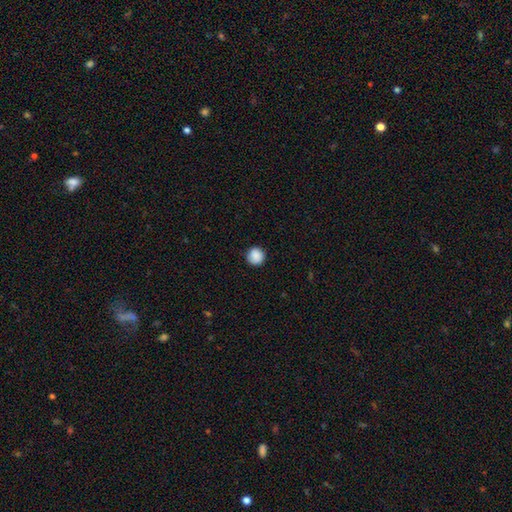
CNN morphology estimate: The model was most divided on "smooth or featured": smooth: 88%, star or artifact: 8%, featured or disk: 3%. More confident: how rounded — round (94%); merging — none (88%).